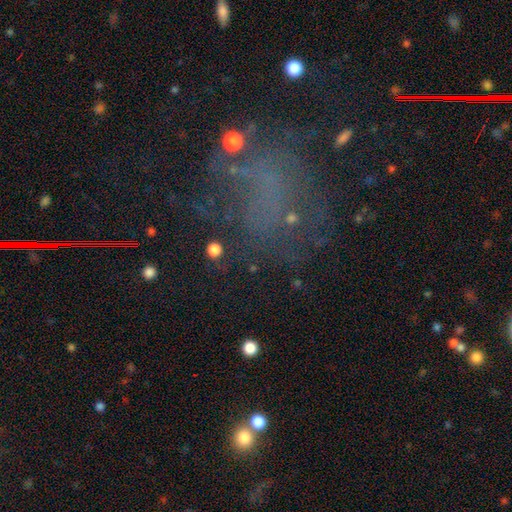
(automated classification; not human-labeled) The model was most divided on "smooth or featured": star or artifact: 41%, smooth: 32%, featured or disk: 27%.